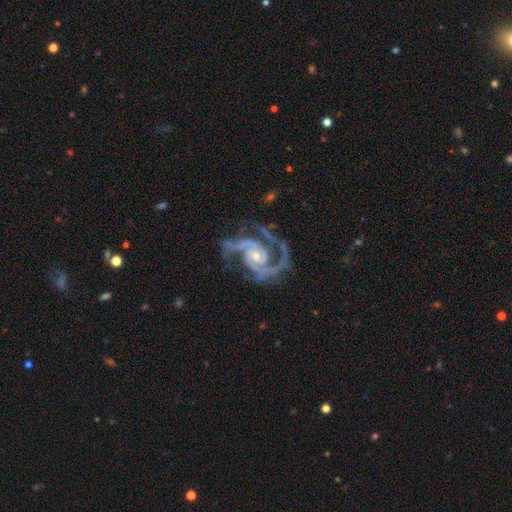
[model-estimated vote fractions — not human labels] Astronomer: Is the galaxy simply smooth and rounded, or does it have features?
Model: featured or disk — 93%.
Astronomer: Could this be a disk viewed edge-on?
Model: no — 98%.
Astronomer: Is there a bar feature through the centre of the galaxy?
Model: no — 63%.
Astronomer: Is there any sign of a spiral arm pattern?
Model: yes — 98%.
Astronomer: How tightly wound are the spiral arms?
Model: medium — 55% (runner-up: tight, 33%).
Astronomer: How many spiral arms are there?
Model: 2 — 71%.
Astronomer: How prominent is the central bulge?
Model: small — 58% (runner-up: moderate, 38%).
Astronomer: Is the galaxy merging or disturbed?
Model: none — 63%.